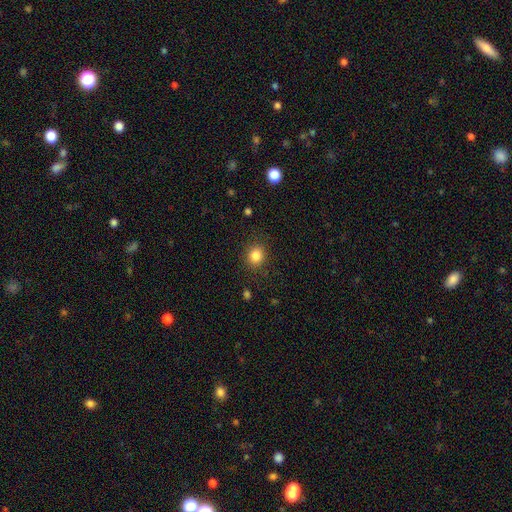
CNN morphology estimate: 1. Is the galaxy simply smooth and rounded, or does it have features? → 85% smooth, 11% star or artifact, 4% featured or disk.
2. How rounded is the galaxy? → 76% round, 23% in between, 1% cigar-shaped.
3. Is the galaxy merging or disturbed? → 87% none, 9% minor disturbance, 3% major disturbance, 1% merger.